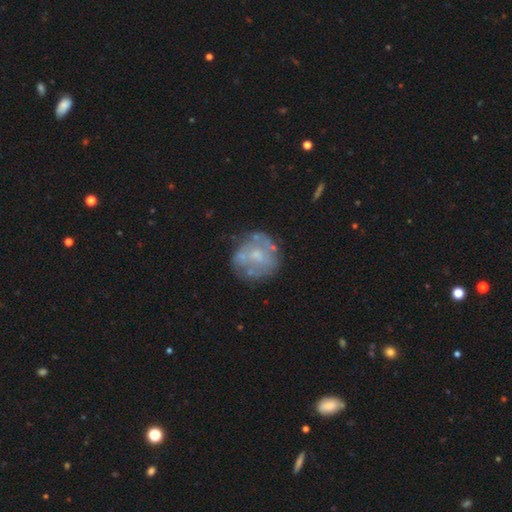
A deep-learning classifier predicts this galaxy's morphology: A featured or disk galaxy (58%) with no bar (74%), no spiral arms (74%) and a small central bulge (42%).

Vote fractions:
- Smooth or featured? featured or disk: 58% / smooth: 33% / star or artifact: 9%
- Edge-on disk? no: 98% / yes: 2%
- Bar? no: 74% / weak: 21% / strong: 5%
- Spiral arms? no: 74% / yes: 26%
- Bulge size? small: 42% / moderate: 35% / none: 20% / large: 2% / dominant: 1%
- Merging? none: 61% / minor disturbance: 20% / major disturbance: 12% / merger: 7%